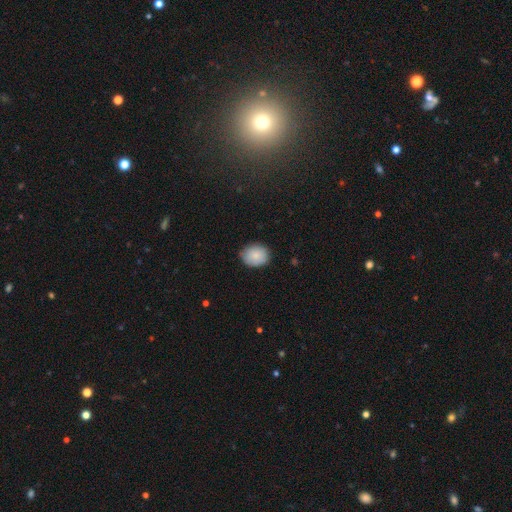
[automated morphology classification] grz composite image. It shows a smooth galaxy with no disk features (86%) that is round (52%). Merging: none (81%).